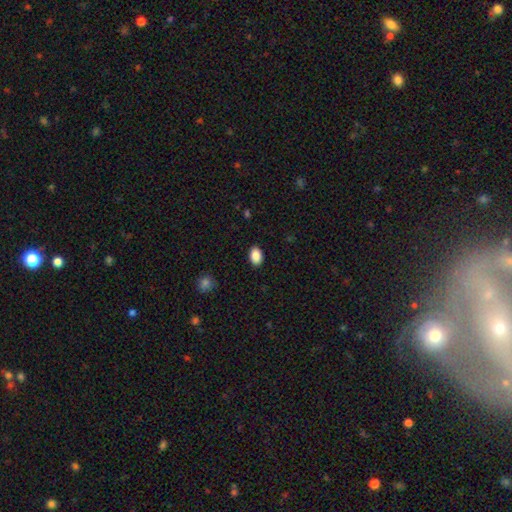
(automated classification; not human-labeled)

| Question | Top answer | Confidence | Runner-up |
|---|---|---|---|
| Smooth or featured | smooth | 88% | star or artifact (8%) |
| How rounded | in between | 87% | round (12%) |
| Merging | none | 89% | minor disturbance (8%) |